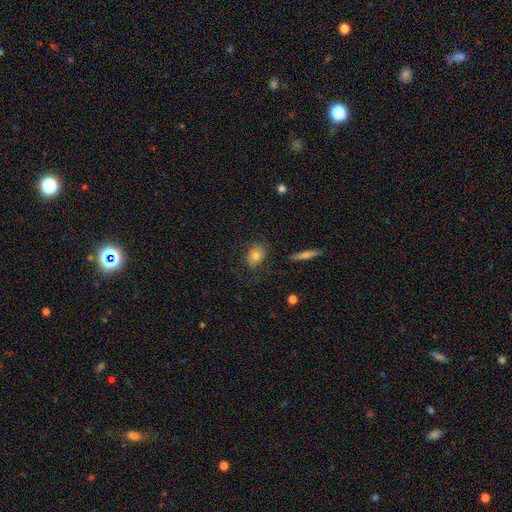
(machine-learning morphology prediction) Smooth or featured?
  - smooth: 67% *
  - featured or disk: 24%
  - star or artifact: 9%
How rounded?
  - in between: 61% *
  - round: 36%
  - cigar-shaped: 3%
Merging?
  - none: 67% *
  - minor disturbance: 20%
  - major disturbance: 10%
  - merger: 2%